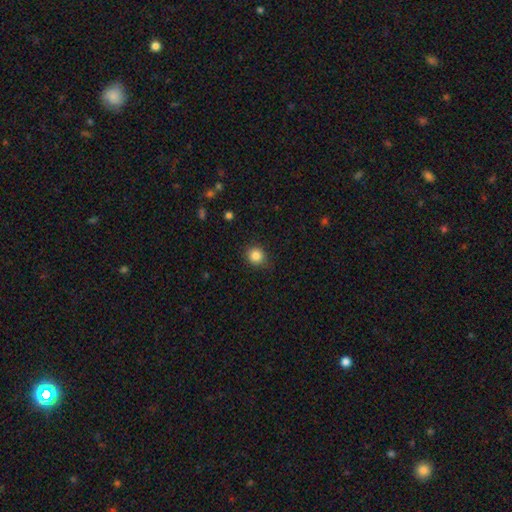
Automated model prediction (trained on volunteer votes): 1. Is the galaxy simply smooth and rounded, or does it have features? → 85% smooth, 11% star or artifact, 5% featured or disk.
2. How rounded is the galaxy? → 86% round, 14% in between, 1% cigar-shaped.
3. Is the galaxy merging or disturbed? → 85% none, 11% minor disturbance, 3% major disturbance, 1% merger.